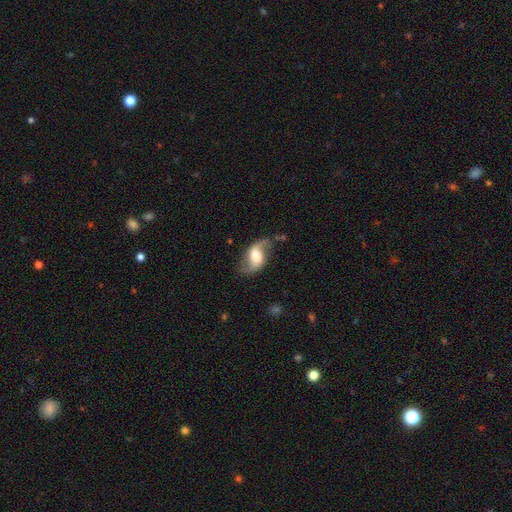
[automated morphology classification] Smooth or featured? Predicted: featured or disk (p=0.75). Edge-on disk? Predicted: no (p=0.96). Bar? Predicted: weak (p=0.43). Spiral arms? Predicted: yes (p=0.92). Spiral winding? Predicted: loose (p=0.71). Spiral arm count? Predicted: 2 (p=0.91). Bulge size? Predicted: moderate (p=0.45). Merging? Predicted: none (p=0.67).